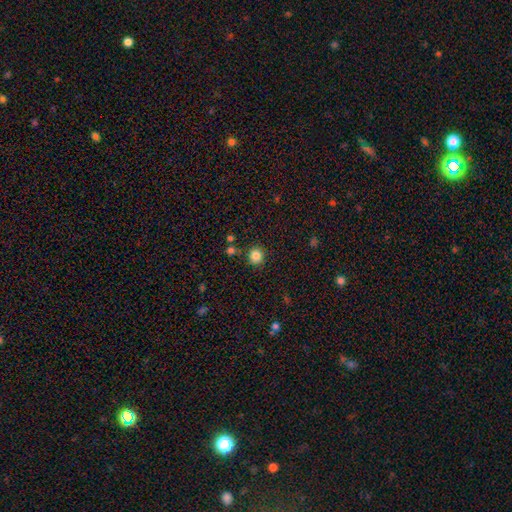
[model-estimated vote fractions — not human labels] Smooth or featured?
  - smooth: 84% *
  - star or artifact: 12%
  - featured or disk: 5%
How rounded?
  - round: 92% *
  - in between: 7%
  - cigar-shaped: 1%
Merging?
  - none: 86% *
  - minor disturbance: 8%
  - merger: 4%
  - major disturbance: 2%